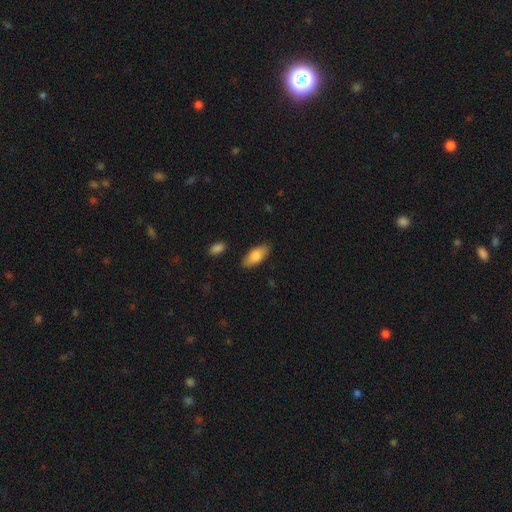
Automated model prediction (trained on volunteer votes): A smooth galaxy with no disk features (80%) that is in between round and cigar-shaped (86%). Merging: none (86%).